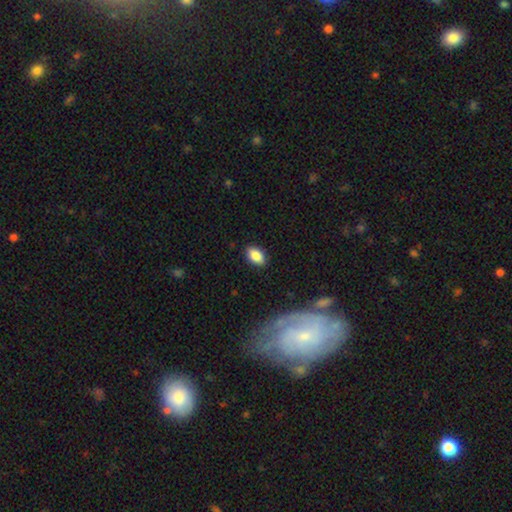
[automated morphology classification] A smooth galaxy with no disk features (85%) that is in between round and cigar-shaped (90%).

Vote fractions:
- Smooth or featured? smooth: 85% / star or artifact: 8% / featured or disk: 8%
- How rounded? in between: 90% / round: 7% / cigar-shaped: 2%
- Merging? none: 87% / minor disturbance: 9% / major disturbance: 2% / merger: 1%